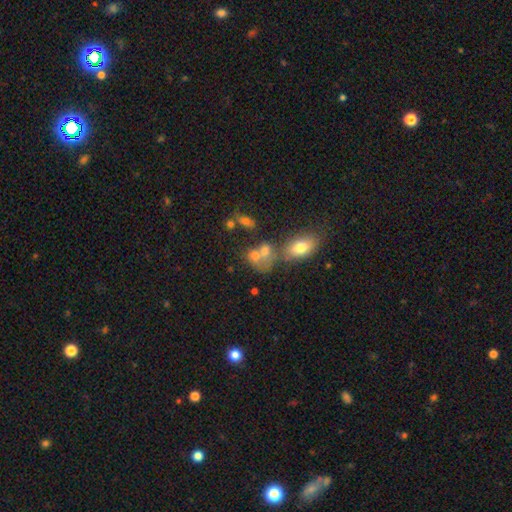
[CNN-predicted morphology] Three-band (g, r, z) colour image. It shows a smooth galaxy with no disk features (65%) that is in between round and cigar-shaped (58%). Merging: merger (49%).